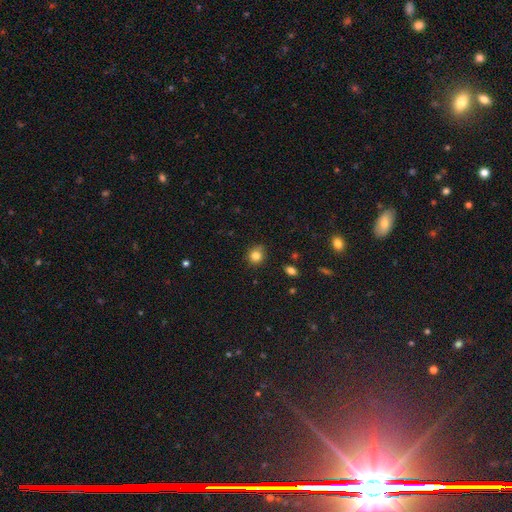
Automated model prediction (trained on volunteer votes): This is clearly a smooth galaxy (83%). How rounded: clearly round (87%). Merging: clearly none (82%).